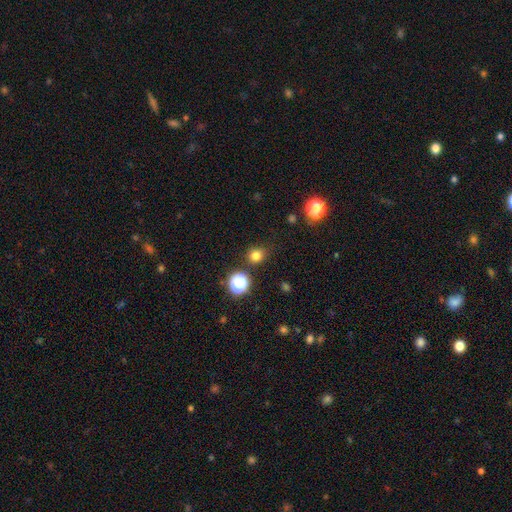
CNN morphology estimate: type=smooth (78%); roundness=round (83%); merging=none (83%).